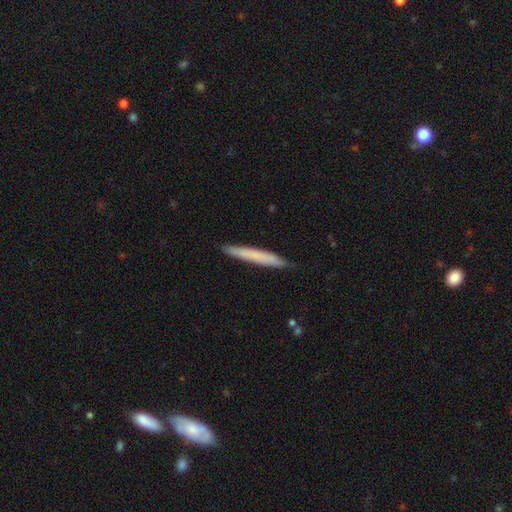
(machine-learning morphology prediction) Q: Smooth or featured?
A: smooth (69%); runner-up: featured or disk (25%)
Q: How rounded?
A: cigar-shaped (96%); runner-up: in between (3%)
Q: Merging?
A: none (88%); runner-up: minor disturbance (9%)